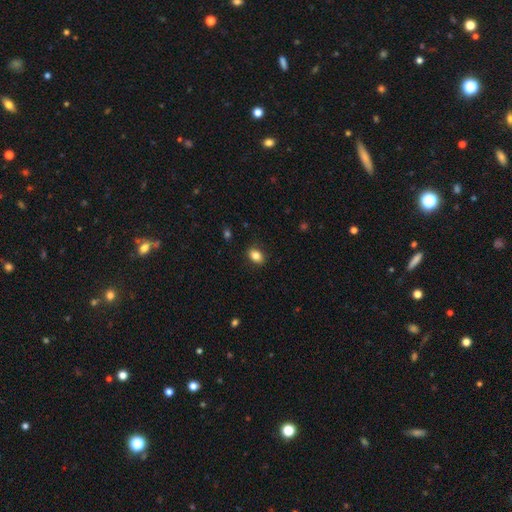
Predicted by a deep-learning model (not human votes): Smooth or featured? Predicted: smooth (p=0.84). How rounded? Predicted: in between (p=0.77). Merging? Predicted: none (p=0.87).